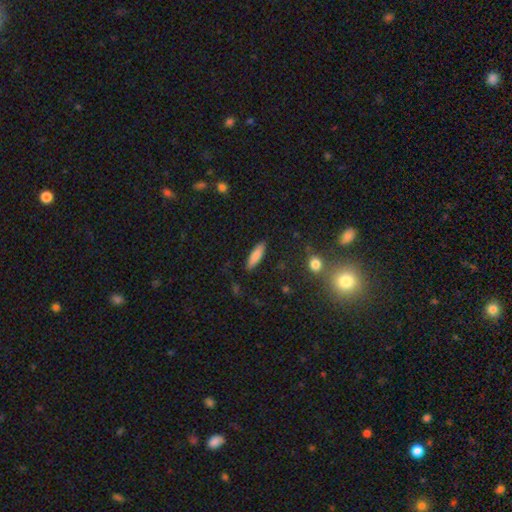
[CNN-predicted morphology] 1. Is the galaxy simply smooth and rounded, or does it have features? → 83% smooth, 10% featured or disk, 7% star or artifact.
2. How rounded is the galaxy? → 60% cigar-shaped, 38% in between, 2% round.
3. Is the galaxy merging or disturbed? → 88% none, 9% minor disturbance, 2% major disturbance, 1% merger.